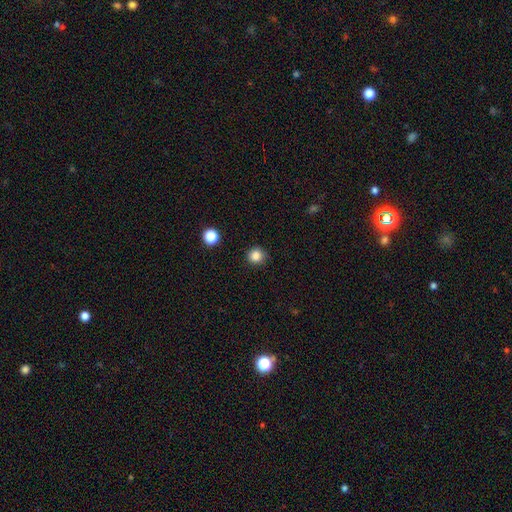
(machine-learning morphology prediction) Overall: smooth (85%). How rounded: round (92%). Merging: none (89%).